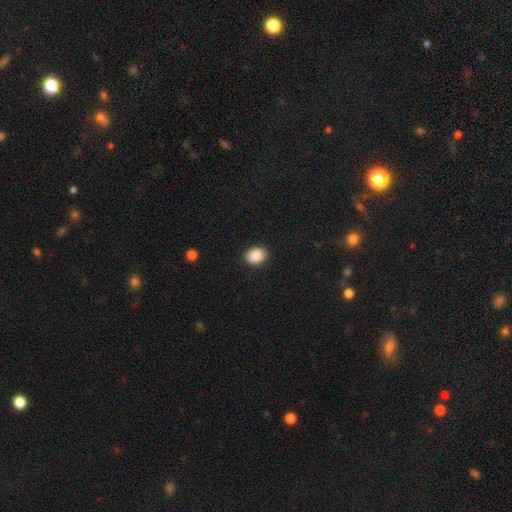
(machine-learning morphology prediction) This appears to be a smooth galaxy with no disk features (90%) that is in between round and cigar-shaped (67%). Merging: none (90%).